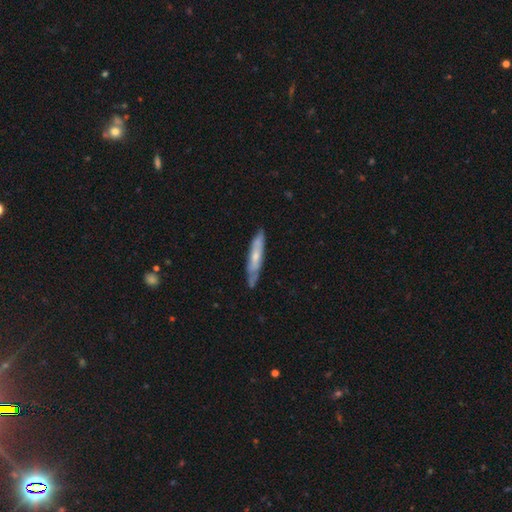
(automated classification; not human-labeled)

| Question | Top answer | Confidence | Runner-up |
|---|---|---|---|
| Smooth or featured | featured or disk | 50% | smooth (44%) |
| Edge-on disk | yes | 61% | no (39%) |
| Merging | none | 74% | minor disturbance (20%) |